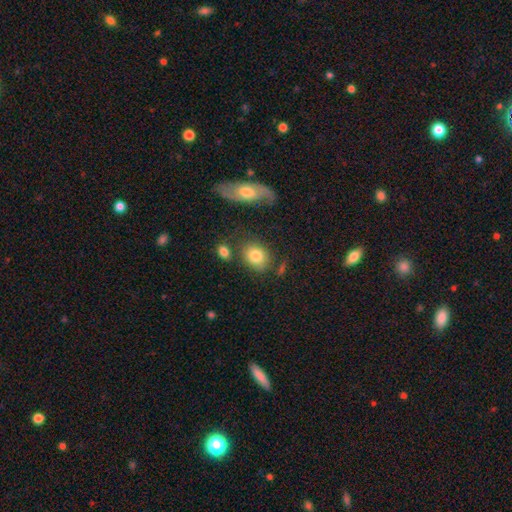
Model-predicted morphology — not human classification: smooth-or-featured: smooth: 81% | featured or disk: 11% | star or artifact: 8%
  how-rounded: in between: 55% | round: 43% | cigar-shaped: 2%
  merging: none: 67% | minor disturbance: 16% | merger: 11% | major disturbance: 7%